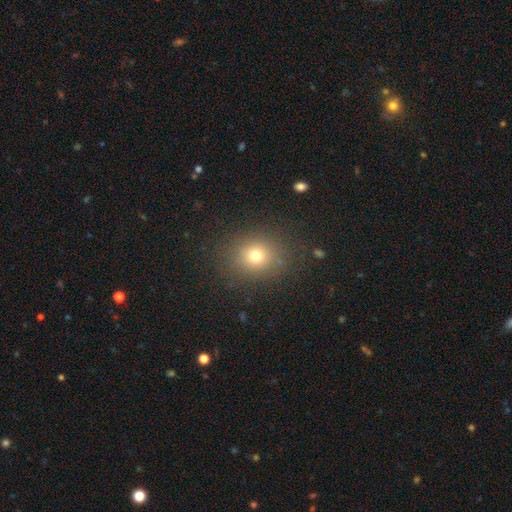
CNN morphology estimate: A smooth galaxy with no disk features (74%) that is round (70%). Merging: none (86%).